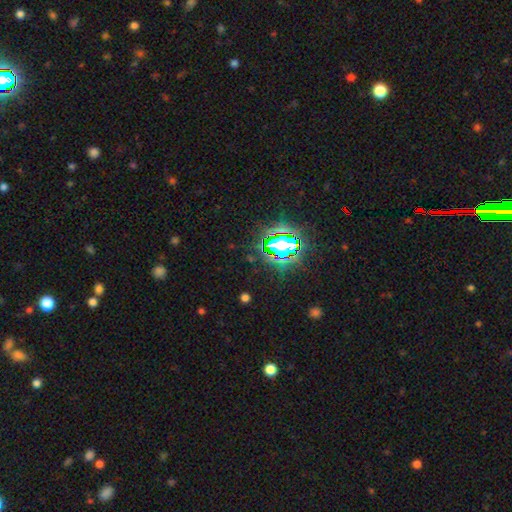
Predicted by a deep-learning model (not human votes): Morphology: type=star or artifact (81%).